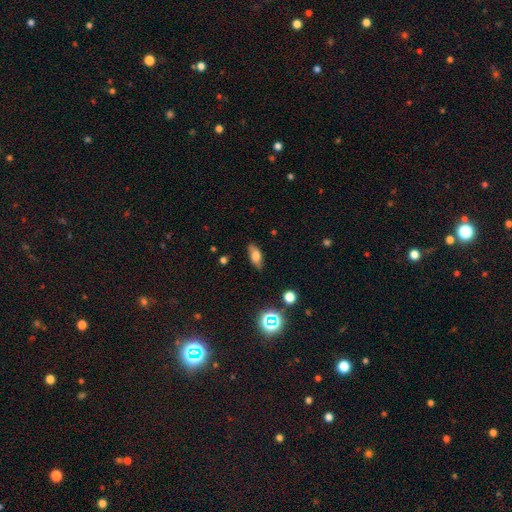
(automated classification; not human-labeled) This is likely a smooth galaxy (66%). How rounded: likely in between (77%). Merging: clearly none (82%).